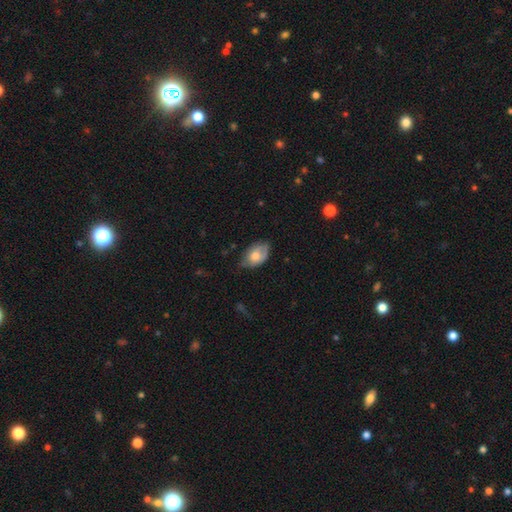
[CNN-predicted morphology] Smooth or featured: smooth — 62% (featured or disk — 31%)
How rounded: in between — 89% (round — 10%)
Merging: none — 50% (minor disturbance — 38%)